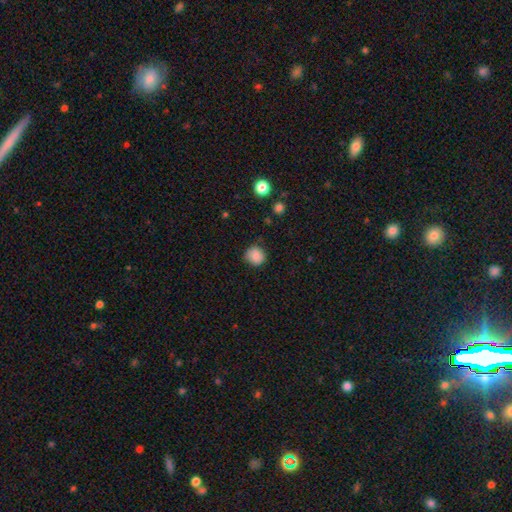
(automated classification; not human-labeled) Smooth or featured? Predicted: smooth (p=0.86). How rounded? Predicted: round (p=0.88). Merging? Predicted: none (p=0.79).